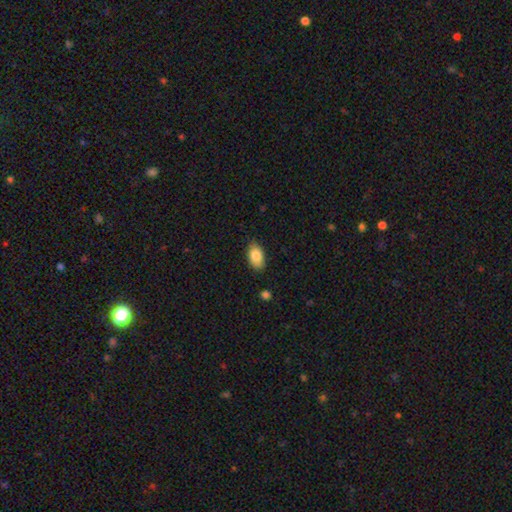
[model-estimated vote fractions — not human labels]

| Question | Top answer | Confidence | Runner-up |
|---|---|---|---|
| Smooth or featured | smooth | 85% | featured or disk (8%) |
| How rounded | in between | 91% | round (7%) |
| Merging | none | 83% | minor disturbance (14%) |